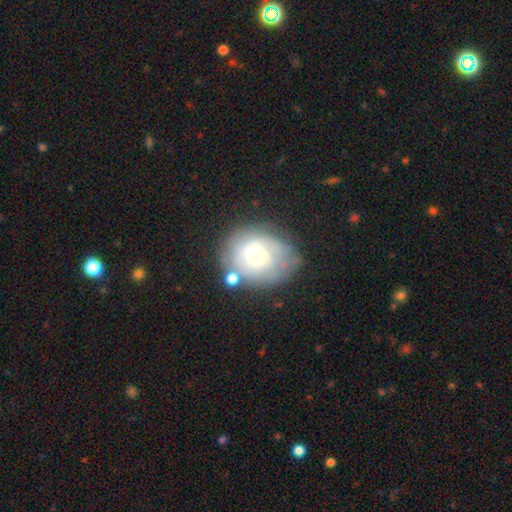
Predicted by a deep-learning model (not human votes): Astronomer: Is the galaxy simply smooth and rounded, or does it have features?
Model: featured or disk — 50% (runner-up: smooth, 41%).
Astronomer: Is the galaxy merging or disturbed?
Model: none — 58%.